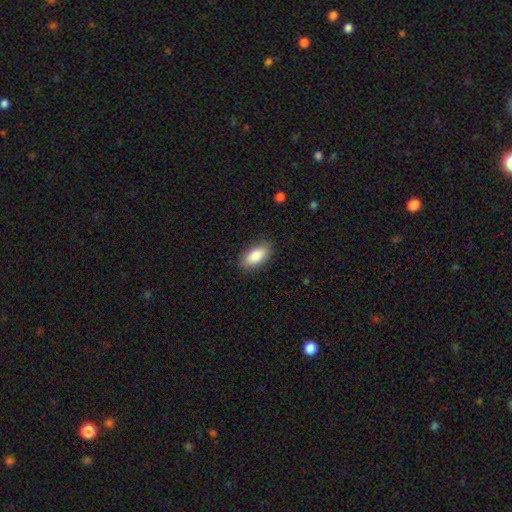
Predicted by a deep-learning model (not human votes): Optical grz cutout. It shows a smooth galaxy with no disk features (85%) that is in between round and cigar-shaped (91%). Merging: none (86%).